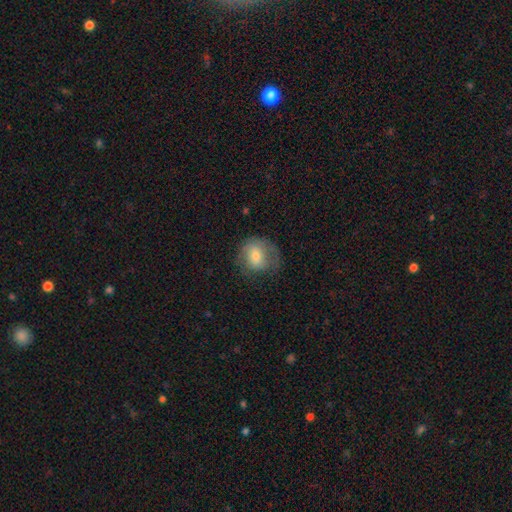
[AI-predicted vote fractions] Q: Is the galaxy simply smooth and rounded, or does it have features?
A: smooth — 63%.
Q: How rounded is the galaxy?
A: round — 63%.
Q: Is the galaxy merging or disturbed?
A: none — 57%.